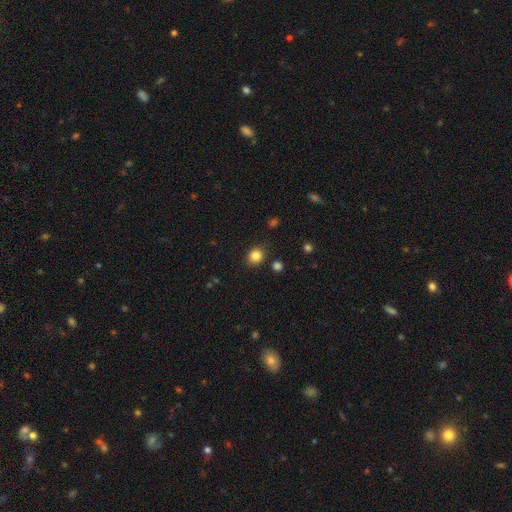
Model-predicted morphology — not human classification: Overall: smooth (84%). How rounded: round (72%). Merging: none (85%).